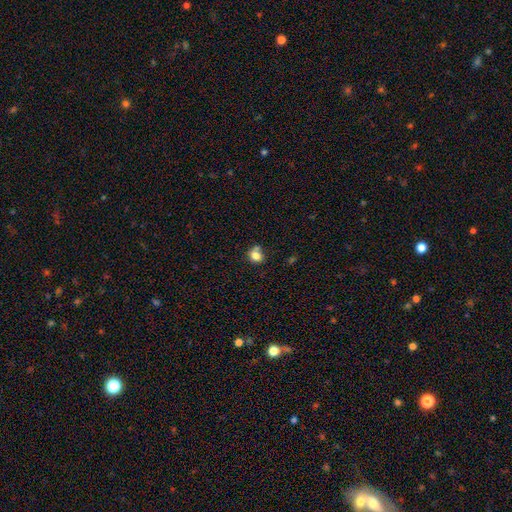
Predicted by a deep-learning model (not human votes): Morphology: type=smooth (79%); roundness=round (70%); merging=none (56%).